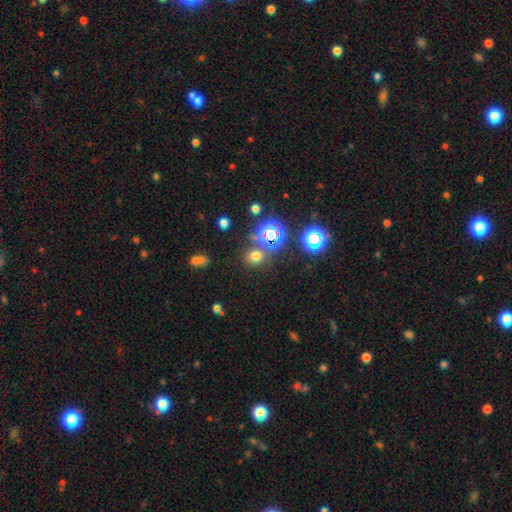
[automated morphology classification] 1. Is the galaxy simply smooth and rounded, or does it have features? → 57% smooth, 36% star or artifact, 7% featured or disk.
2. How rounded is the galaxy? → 76% round, 23% in between, 1% cigar-shaped.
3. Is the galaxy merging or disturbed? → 76% none, 10% merger, 10% minor disturbance, 4% major disturbance.